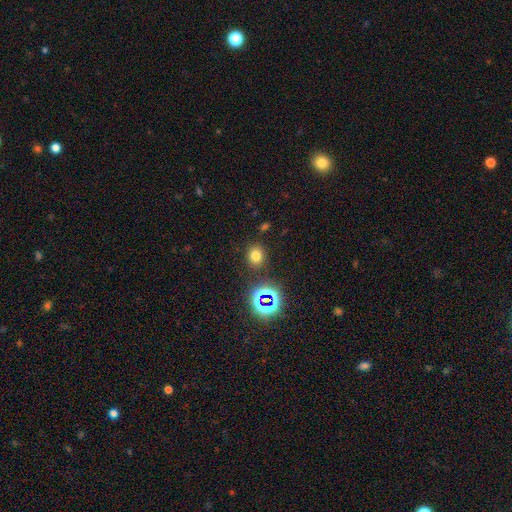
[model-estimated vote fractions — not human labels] A smooth galaxy with no disk features (71%) that is round (72%). Merging: none (85%).